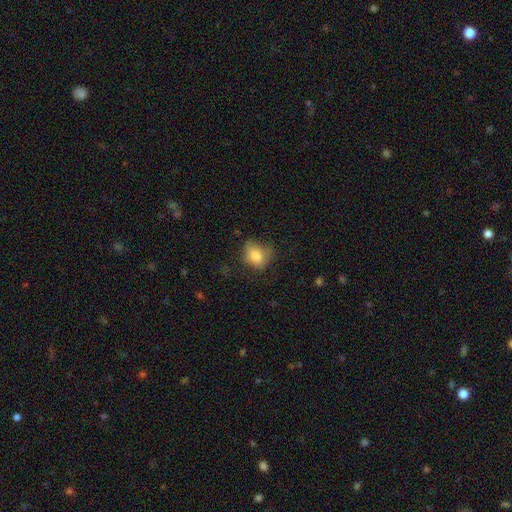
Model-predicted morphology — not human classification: Smooth or featured?
  - smooth: 80% *
  - featured or disk: 11%
  - star or artifact: 9%
How rounded?
  - in between: 60% *
  - round: 38%
  - cigar-shaped: 1%
Merging?
  - none: 51% *
  - minor disturbance: 31%
  - major disturbance: 15%
  - merger: 2%